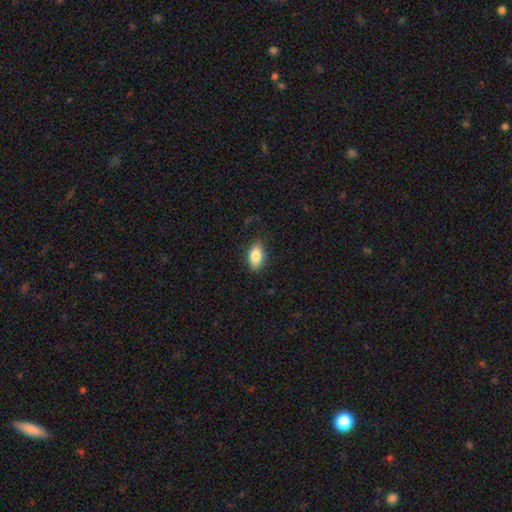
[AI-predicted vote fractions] A smooth galaxy with no disk features (84%) that is in between round and cigar-shaped (91%). Merging: none (83%).